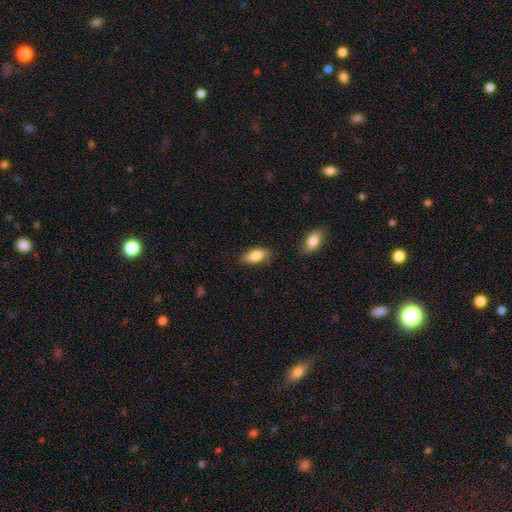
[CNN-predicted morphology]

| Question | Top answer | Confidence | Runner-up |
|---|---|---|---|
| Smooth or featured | smooth | 82% | featured or disk (11%) |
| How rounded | in between | 83% | cigar-shaped (14%) |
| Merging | none | 80% | minor disturbance (14%) |